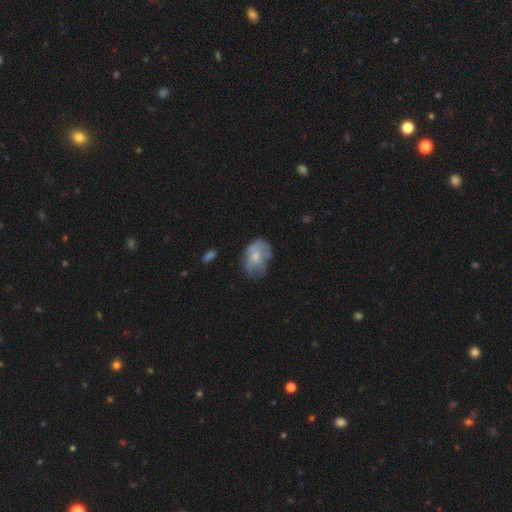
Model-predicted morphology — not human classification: Smooth or featured?
  - smooth: 62% *
  - featured or disk: 30%
  - star or artifact: 8%
How rounded?
  - in between: 73% *
  - round: 26%
  - cigar-shaped: 1%
Merging?
  - none: 42% *
  - minor disturbance: 36%
  - major disturbance: 20%
  - merger: 2%